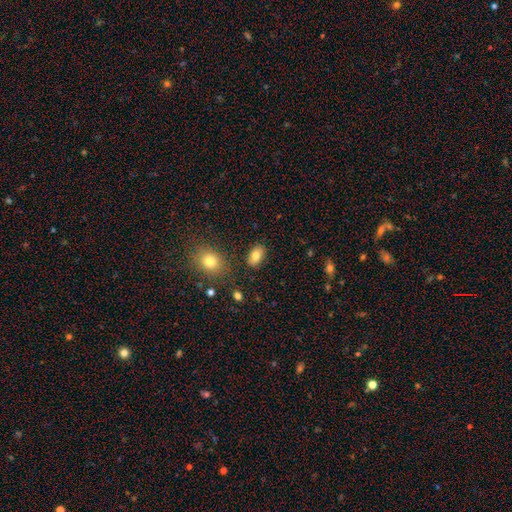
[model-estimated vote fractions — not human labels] A smooth galaxy with no disk features (81%) that is in between round and cigar-shaped (88%).

Vote fractions:
- Smooth or featured? smooth: 81% / featured or disk: 10% / star or artifact: 9%
- How rounded? in between: 88% / round: 10% / cigar-shaped: 2%
- Merging? none: 85% / minor disturbance: 10% / merger: 3% / major disturbance: 3%